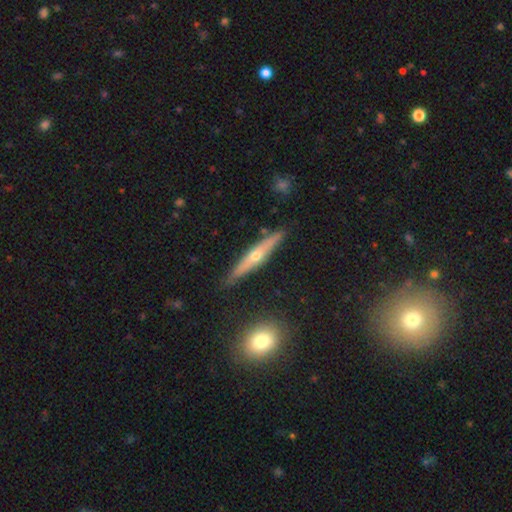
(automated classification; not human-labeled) This appears to be a featured or disk galaxy (66%) viewed edge-on (95%) with a rounded central bulge (87%). Merging: none (88%).